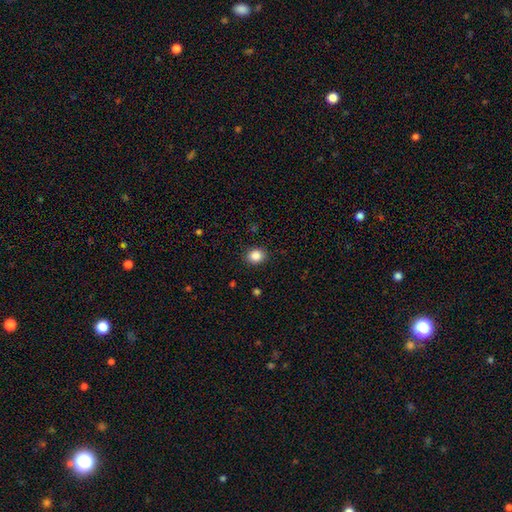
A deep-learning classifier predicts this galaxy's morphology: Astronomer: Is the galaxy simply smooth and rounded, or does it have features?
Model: smooth — 86%.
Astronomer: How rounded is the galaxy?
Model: round — 66%.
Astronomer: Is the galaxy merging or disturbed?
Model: none — 89%.